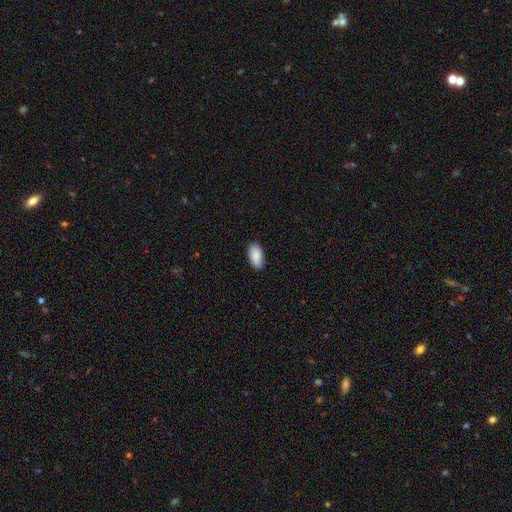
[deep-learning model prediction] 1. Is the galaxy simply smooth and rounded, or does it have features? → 88% smooth, 6% star or artifact, 6% featured or disk.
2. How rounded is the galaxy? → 94% in between, 3% cigar-shaped, 3% round.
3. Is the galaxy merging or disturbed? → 84% none, 13% minor disturbance, 2% major disturbance, 1% merger.